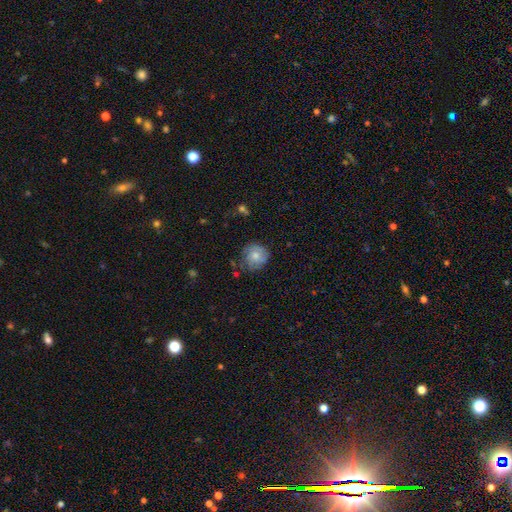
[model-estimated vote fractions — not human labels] smooth 59%, featured or disk 33%, star or artifact 8%. Down the decision tree: how rounded — round (85%); merging — none (66%).